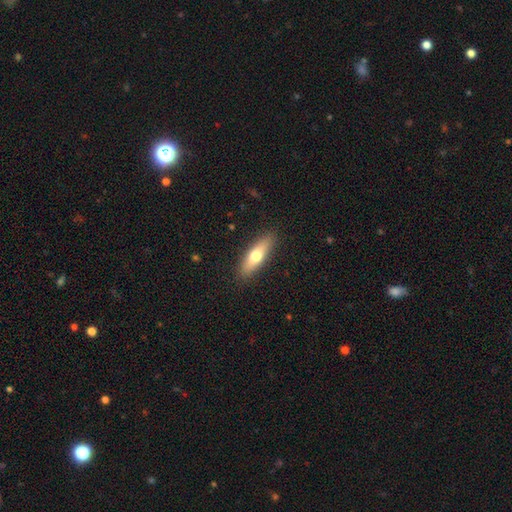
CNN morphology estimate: A smooth galaxy with no disk features (64%) that is cigar-shaped (58%). Merging: none (89%).